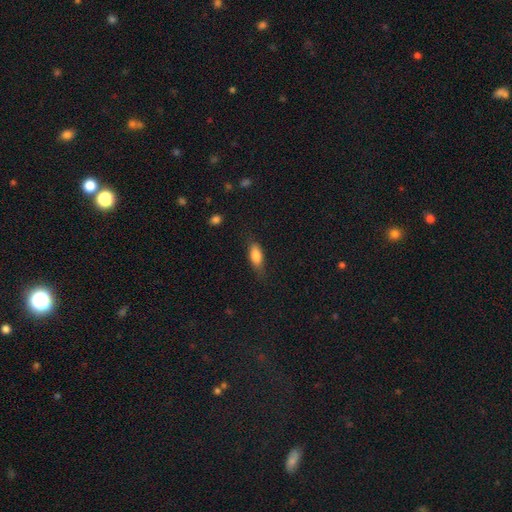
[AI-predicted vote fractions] smooth_or_featured: smooth (p=0.81) [alt: featured or disk p=0.12]
how_rounded: in between (p=0.79) [alt: cigar-shaped p=0.18]
merging: none (p=0.73) [alt: minor disturbance p=0.20]